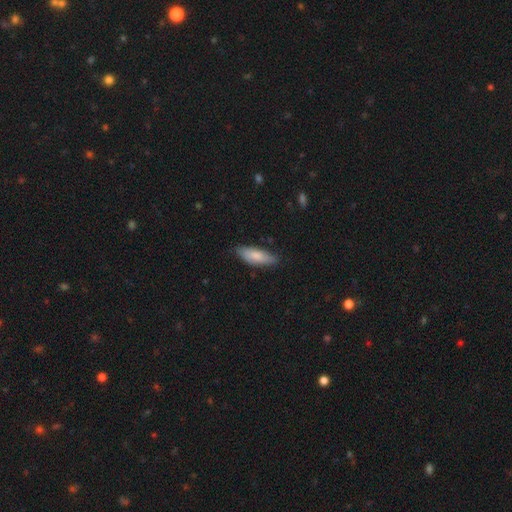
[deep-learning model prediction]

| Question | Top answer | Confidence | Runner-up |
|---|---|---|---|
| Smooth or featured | smooth | 77% | featured or disk (18%) |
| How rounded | in between | 59% | cigar-shaped (40%) |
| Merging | none | 74% | minor disturbance (21%) |